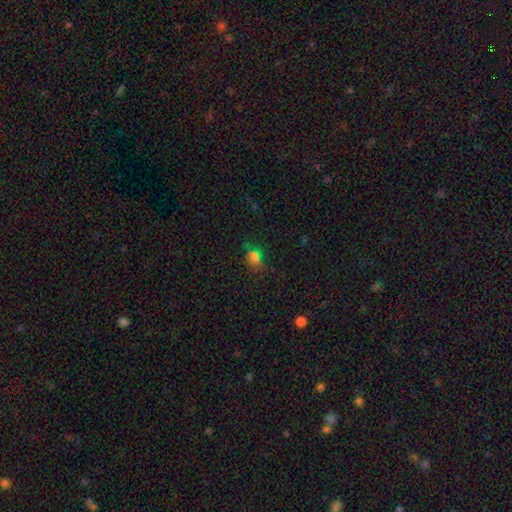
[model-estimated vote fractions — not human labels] A smooth galaxy with no disk features (62%) that is in between round and cigar-shaped (58%). Merging: none (65%).